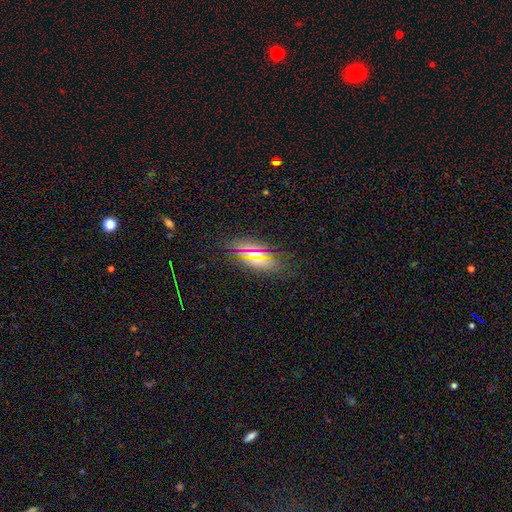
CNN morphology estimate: The model was most divided on "smooth or featured": smooth: 53%, star or artifact: 28%, featured or disk: 19%. More confident: merging — none (79%); how rounded — in between (78%).